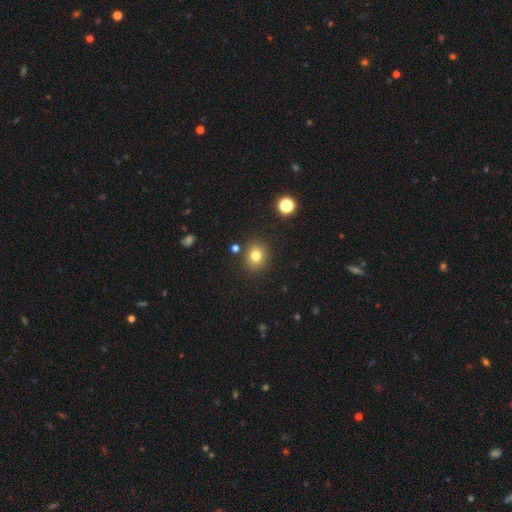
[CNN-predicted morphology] This appears to be a smooth galaxy with no disk features (79%) that is round (74%). Merging: none (85%).